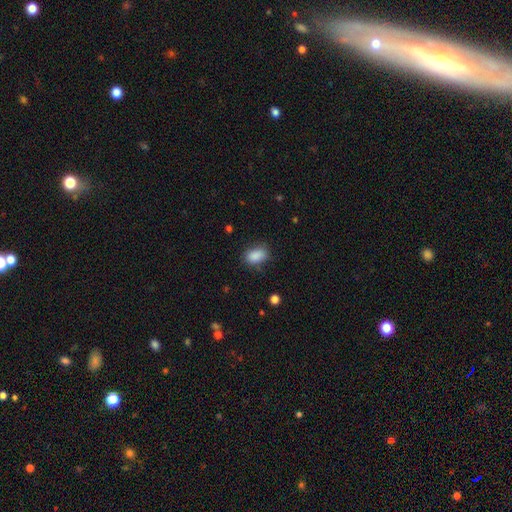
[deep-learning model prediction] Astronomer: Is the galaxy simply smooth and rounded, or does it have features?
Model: smooth — 87%.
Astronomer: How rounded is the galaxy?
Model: in between — 86%.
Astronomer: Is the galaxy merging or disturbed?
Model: none — 75%.